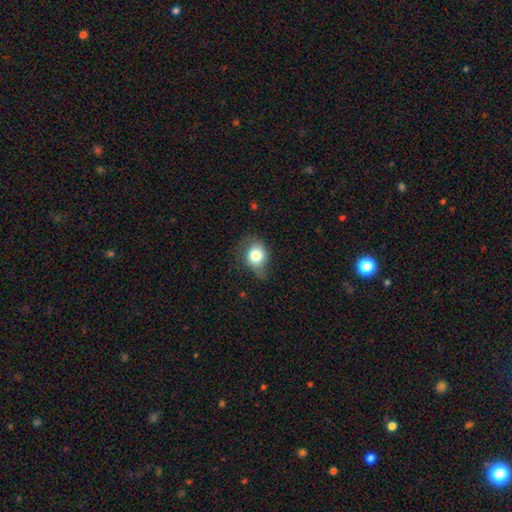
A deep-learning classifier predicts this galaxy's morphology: The model was most divided on "how rounded": round: 53%, in between: 45%, cigar-shaped: 1%. Remaining: smooth or featured — smooth (72%); merging — none (46%).